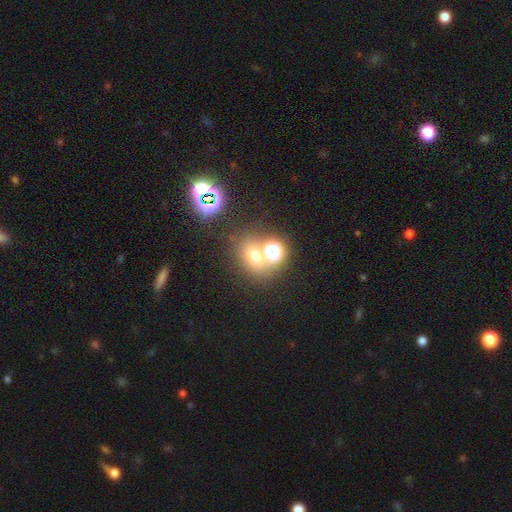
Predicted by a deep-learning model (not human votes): A smooth galaxy with no disk features (58%) that is round (65%).

Vote fractions:
- Smooth or featured? smooth: 58% / star or artifact: 30% / featured or disk: 12%
- How rounded? round: 65% / in between: 34% / cigar-shaped: 1%
- Merging? none: 58% / merger: 27% / minor disturbance: 9% / major disturbance: 5%